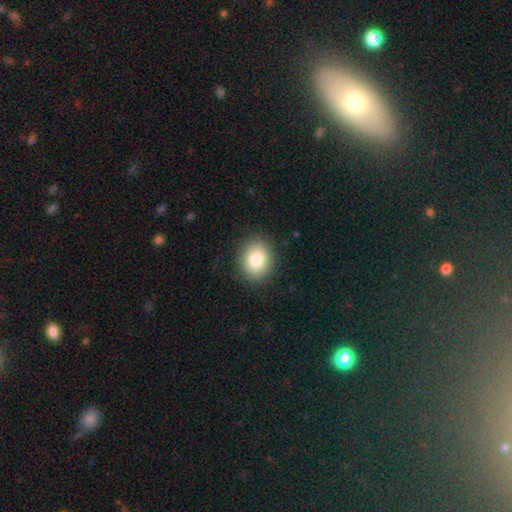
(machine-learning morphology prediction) Smooth or featured? smooth (84%)
How rounded? round (54%)
Merging? none (90%)